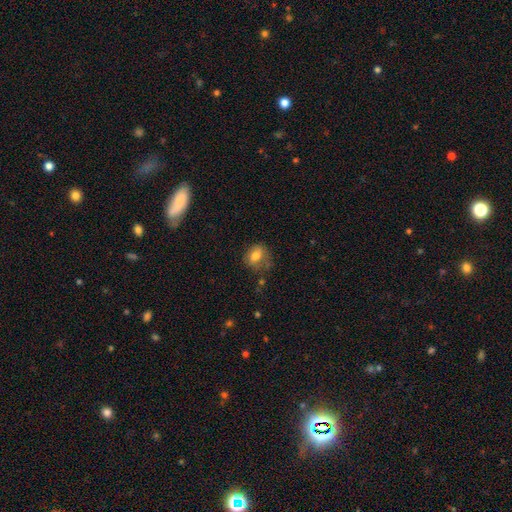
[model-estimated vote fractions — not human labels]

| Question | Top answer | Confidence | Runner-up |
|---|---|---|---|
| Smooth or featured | smooth | 75% | featured or disk (15%) |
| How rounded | in between | 56% | round (43%) |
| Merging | none | 58% | minor disturbance (26%) |